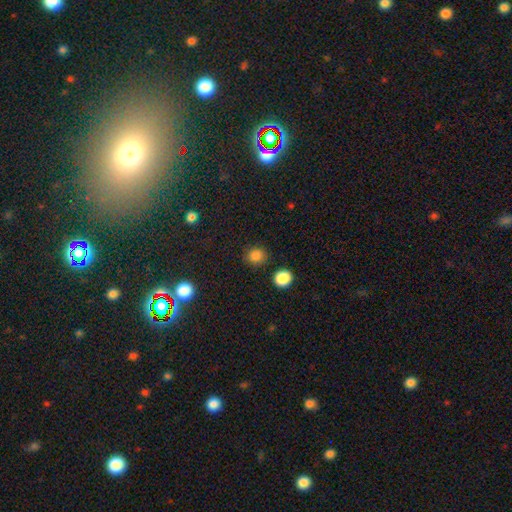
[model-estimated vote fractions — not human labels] Smooth or featured: smooth — 84% (star or artifact — 12%)
How rounded: round — 82% (in between — 17%)
Merging: none — 86% (minor disturbance — 8%)